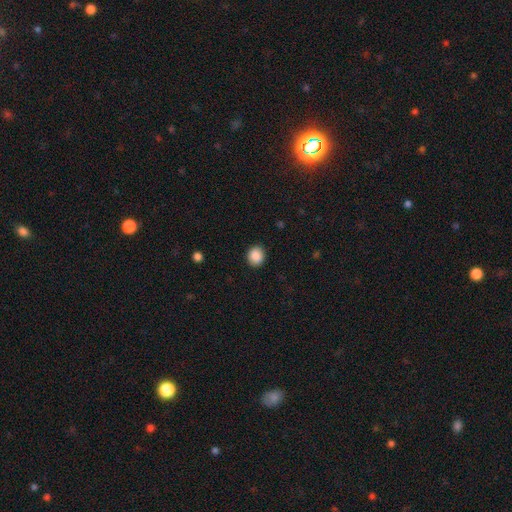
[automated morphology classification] The model was most divided on "how rounded": round: 74%, in between: 25%, cigar-shaped: 1%. More confident: merging — none (90%); smooth or featured — smooth (89%).